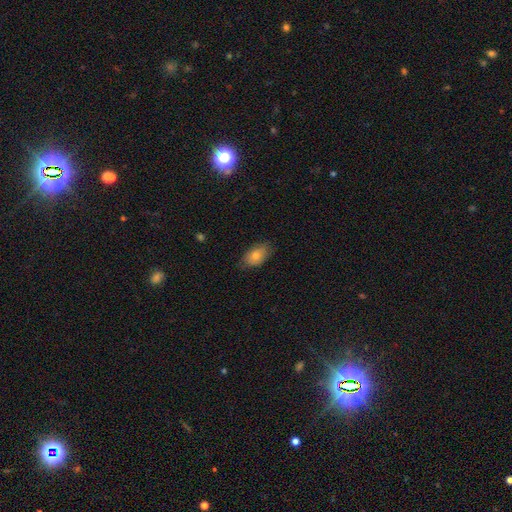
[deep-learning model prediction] smooth 74%, featured or disk 18%, star or artifact 8%. Down the decision tree: how rounded — in between (90%); merging — none (75%).